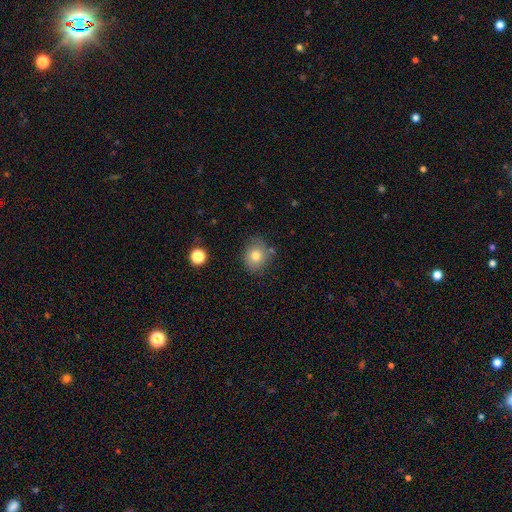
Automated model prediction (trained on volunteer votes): A smooth galaxy with no disk features (78%) that is round (71%).

Vote fractions:
- Smooth or featured? smooth: 78% / featured or disk: 11% / star or artifact: 11%
- How rounded? round: 71% / in between: 29% / cigar-shaped: 1%
- Merging? none: 76% / minor disturbance: 16% / merger: 4% / major disturbance: 4%